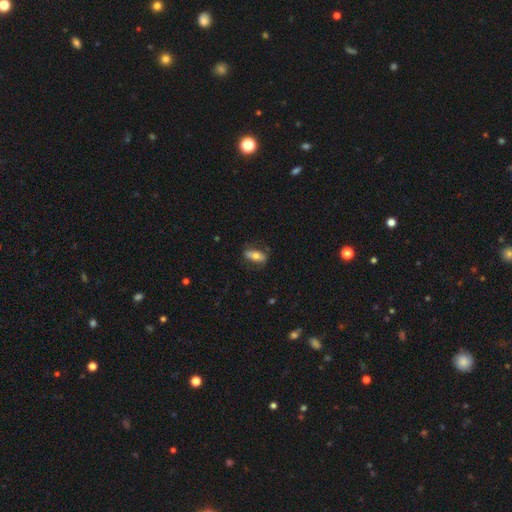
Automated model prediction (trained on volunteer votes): A smooth galaxy with no disk features (64%) that is in between round and cigar-shaped (69%). Merging: none (73%).